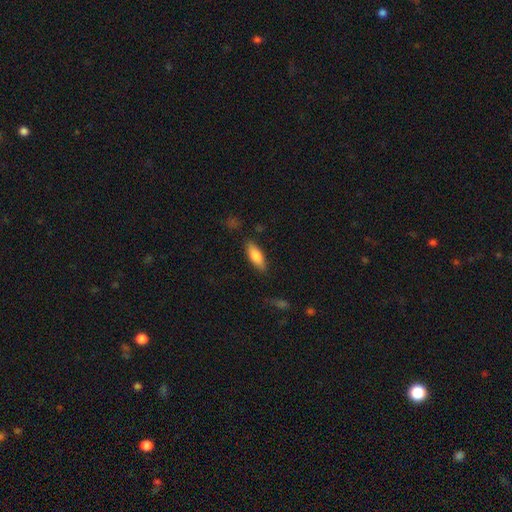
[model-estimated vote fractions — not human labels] smooth 79%, featured or disk 14%, star or artifact 6%. Down the decision tree: how rounded — in between (67%); merging — none (82%).